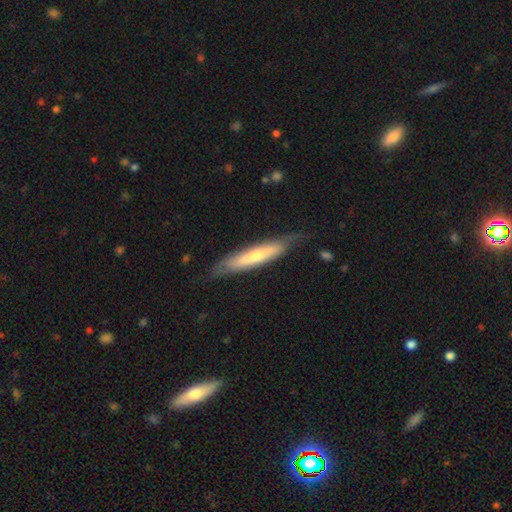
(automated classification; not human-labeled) Smooth or featured? featured or disk (47%, tied with smooth)
Merging? none (71%)